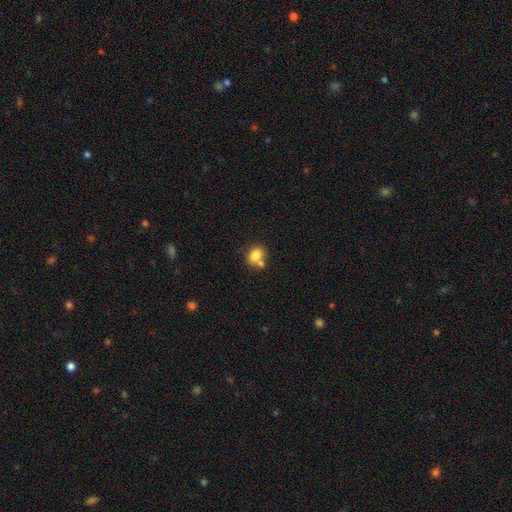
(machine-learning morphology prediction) The model was most divided on "how rounded": in between: 51%, round: 48%, cigar-shaped: 1%. More confident: smooth or featured — smooth (80%); merging — none (51%).